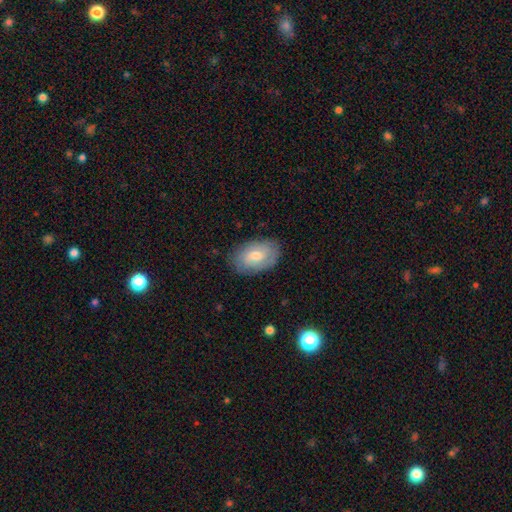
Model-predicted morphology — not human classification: A smooth galaxy with no disk features (62%) that is in between round and cigar-shaped (92%).

Vote fractions:
- Smooth or featured? smooth: 62% / featured or disk: 31% / star or artifact: 7%
- How rounded? in between: 92% / round: 7% / cigar-shaped: 1%
- Merging? none: 82% / minor disturbance: 14% / major disturbance: 3% / merger: 1%